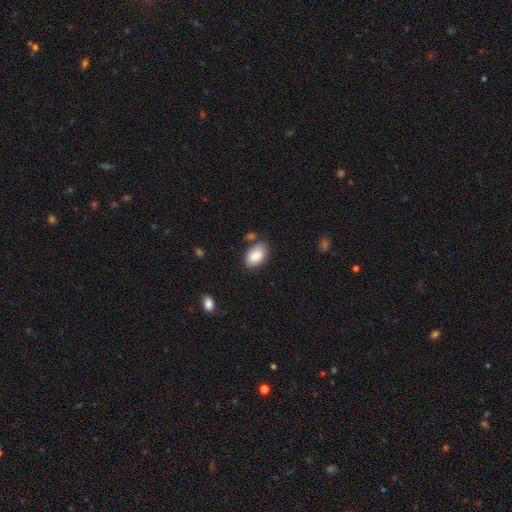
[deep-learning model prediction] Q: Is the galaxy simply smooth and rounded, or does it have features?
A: smooth — 87%.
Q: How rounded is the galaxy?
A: in between — 89%.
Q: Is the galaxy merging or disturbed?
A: none — 71%.